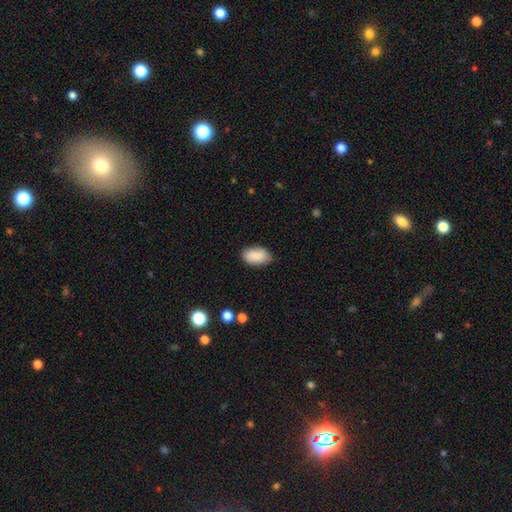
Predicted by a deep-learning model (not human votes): A smooth galaxy with no disk features (88%) that is in between round and cigar-shaped (93%).

Vote fractions:
- Smooth or featured? smooth: 88% / star or artifact: 7% / featured or disk: 6%
- How rounded? in between: 93% / round: 5% / cigar-shaped: 2%
- Merging? none: 79% / minor disturbance: 17% / major disturbance: 3% / merger: 1%